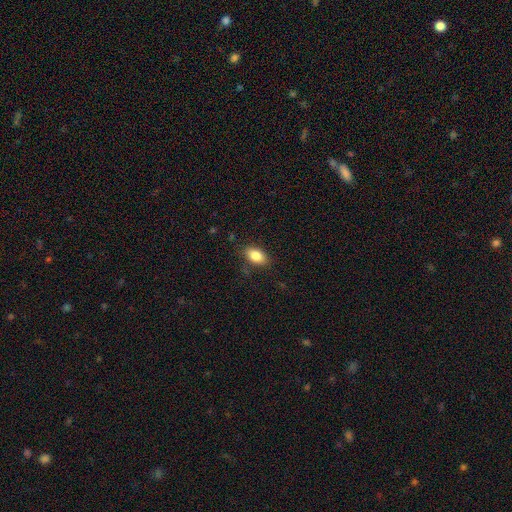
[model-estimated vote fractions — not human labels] The model was most divided on "merging": none: 84%, minor disturbance: 12%, major disturbance: 3%, merger: 1%. More confident: how rounded — in between (89%); smooth or featured — smooth (84%).